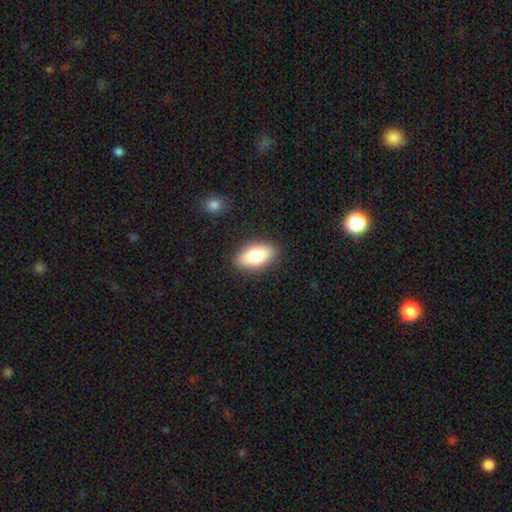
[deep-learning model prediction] This appears to be a smooth galaxy with no disk features (79%) that is in between round and cigar-shaped (91%). Merging: none (88%).